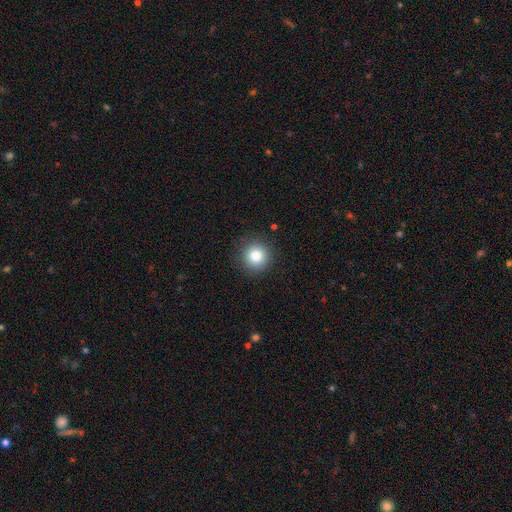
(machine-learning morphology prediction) smooth 83%, star or artifact 10%, featured or disk 6%. Down the decision tree: how rounded — round (94%); merging — none (89%).